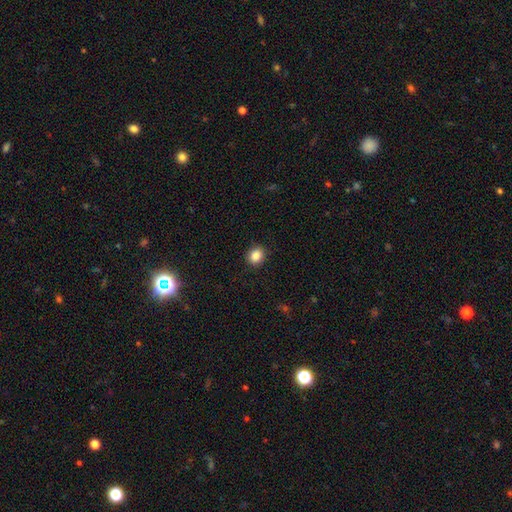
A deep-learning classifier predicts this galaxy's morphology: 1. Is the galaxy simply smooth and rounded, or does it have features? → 87% smooth, 9% star or artifact, 4% featured or disk.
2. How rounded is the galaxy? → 64% round, 35% in between, 1% cigar-shaped.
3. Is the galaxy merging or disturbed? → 89% none, 8% minor disturbance, 2% major disturbance, 1% merger.